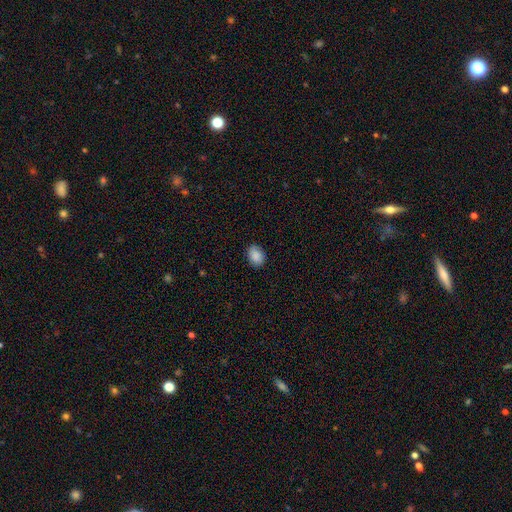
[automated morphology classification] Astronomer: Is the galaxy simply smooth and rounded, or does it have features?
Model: smooth — 87%.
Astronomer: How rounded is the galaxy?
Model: in between — 66%.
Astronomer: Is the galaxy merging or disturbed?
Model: none — 84%.